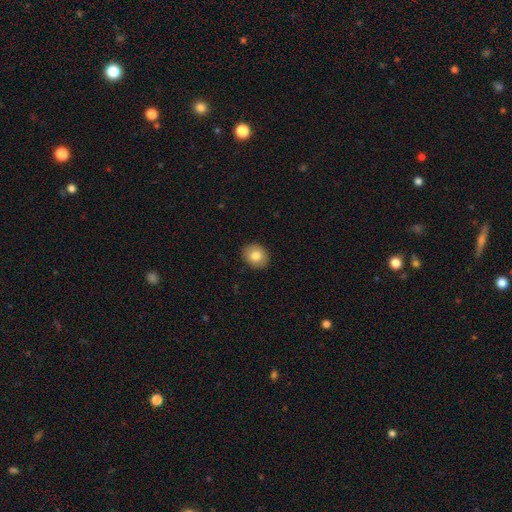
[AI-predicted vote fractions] Smooth or featured?
  - smooth: 81% *
  - featured or disk: 10%
  - star or artifact: 9%
How rounded?
  - round: 61% *
  - in between: 38%
  - cigar-shaped: 1%
Merging?
  - none: 90% *
  - minor disturbance: 7%
  - major disturbance: 2%
  - merger: 1%